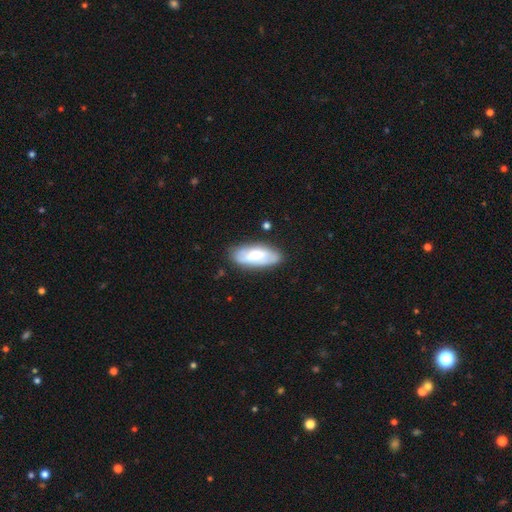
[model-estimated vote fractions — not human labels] smooth-or-featured: smooth: 58% | featured or disk: 35% | star or artifact: 6%
  how-rounded: in between: 82% | cigar-shaped: 16% | round: 2%
  merging: none: 78% | minor disturbance: 16% | major disturbance: 4% | merger: 2%